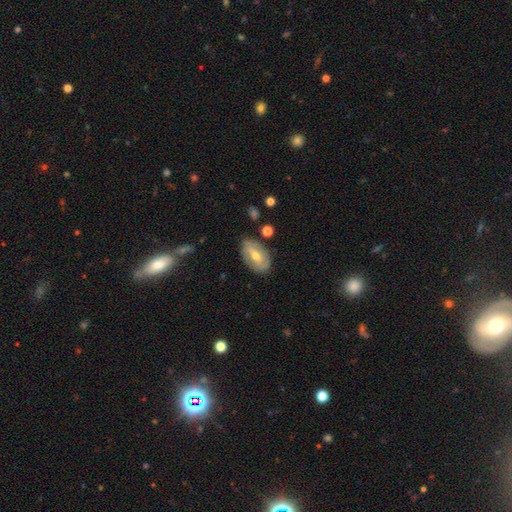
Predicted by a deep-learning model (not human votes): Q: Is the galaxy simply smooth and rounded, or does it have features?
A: featured or disk — 60%.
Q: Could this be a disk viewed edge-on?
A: no — 92%.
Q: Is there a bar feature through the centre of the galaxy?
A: weak — 43%.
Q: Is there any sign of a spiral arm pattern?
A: yes — 60%.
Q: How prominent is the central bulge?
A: moderate — 63%.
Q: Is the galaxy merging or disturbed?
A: none — 77%.